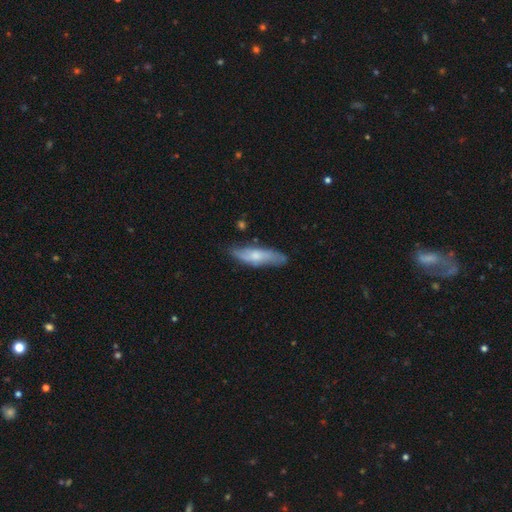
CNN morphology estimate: smooth-or-featured: smooth: 53% | featured or disk: 41% | star or artifact: 6%
  how-rounded: cigar-shaped: 63% | in between: 35% | round: 2%
  merging: none: 72% | minor disturbance: 21% | major disturbance: 4% | merger: 2%